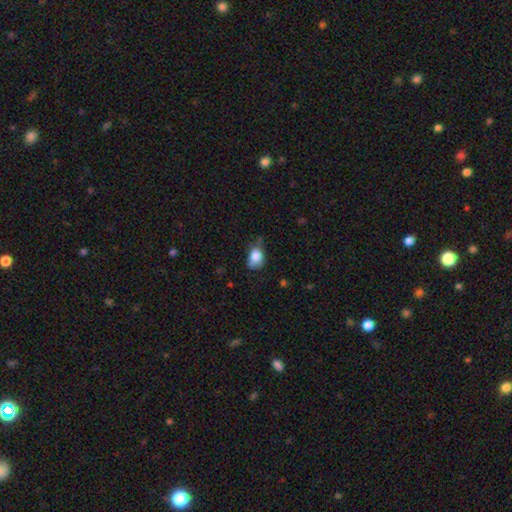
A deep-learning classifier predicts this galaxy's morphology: type=smooth (83%); roundness=in between (70%); merging=none (43%).